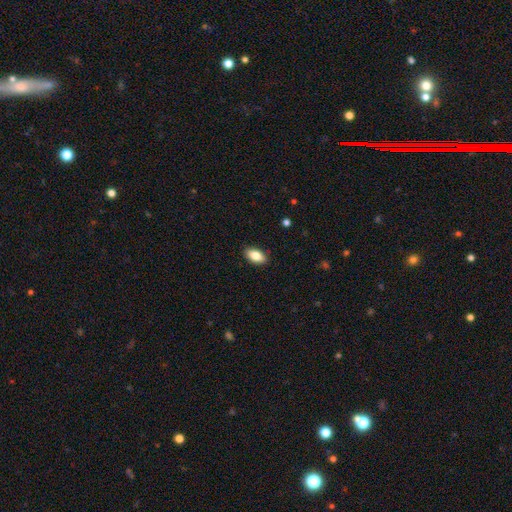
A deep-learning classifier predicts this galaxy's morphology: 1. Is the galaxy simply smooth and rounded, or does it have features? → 82% smooth, 11% featured or disk, 7% star or artifact.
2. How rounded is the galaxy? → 91% in between, 5% cigar-shaped, 4% round.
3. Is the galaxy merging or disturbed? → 90% none, 8% minor disturbance, 2% major disturbance, 1% merger.